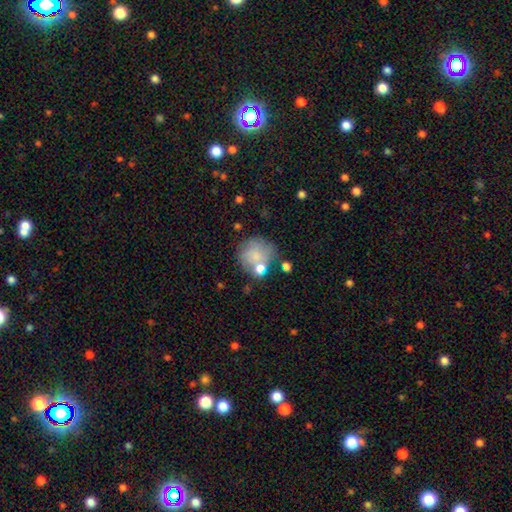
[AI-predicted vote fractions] A smooth galaxy with no disk features (67%) that is round (84%).

Vote fractions:
- Smooth or featured? smooth: 67% / featured or disk: 22% / star or artifact: 10%
- How rounded? round: 84% / in between: 15% / cigar-shaped: 1%
- Merging? none: 53% / minor disturbance: 19% / merger: 16% / major disturbance: 12%